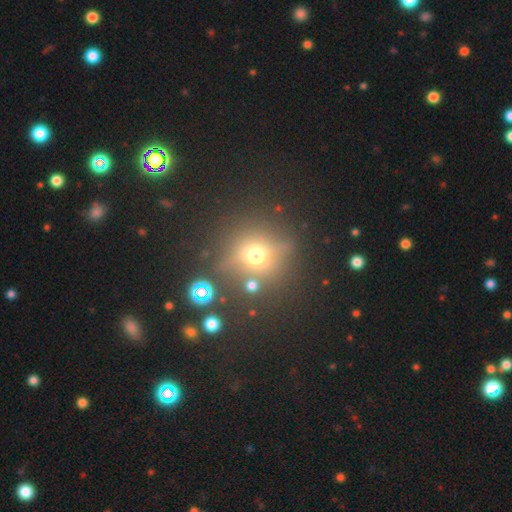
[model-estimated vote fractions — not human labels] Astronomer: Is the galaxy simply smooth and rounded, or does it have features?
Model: smooth — 51% (runner-up: star or artifact, 30%).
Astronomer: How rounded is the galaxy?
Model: round — 87%.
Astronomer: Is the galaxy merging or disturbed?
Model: none — 77%.